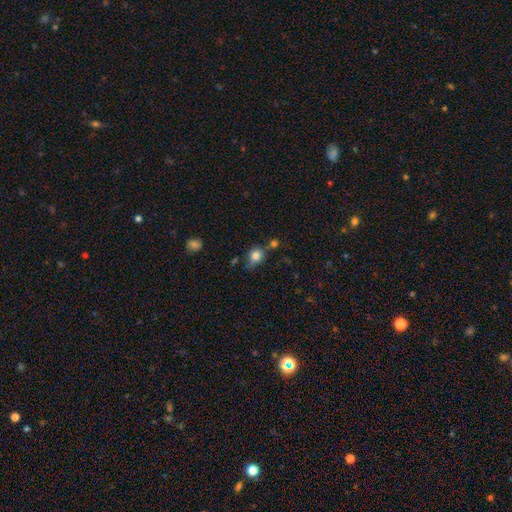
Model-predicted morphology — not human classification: This appears to be a smooth galaxy with no disk features (81%) that is round (74%). Merging: none (57%).